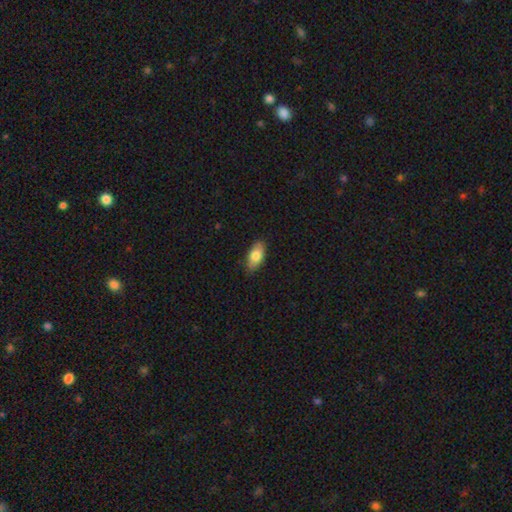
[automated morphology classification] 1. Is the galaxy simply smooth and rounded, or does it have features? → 79% smooth, 14% featured or disk, 6% star or artifact.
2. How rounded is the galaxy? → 90% in between, 6% cigar-shaped, 4% round.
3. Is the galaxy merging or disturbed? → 86% none, 11% minor disturbance, 2% major disturbance, 1% merger.